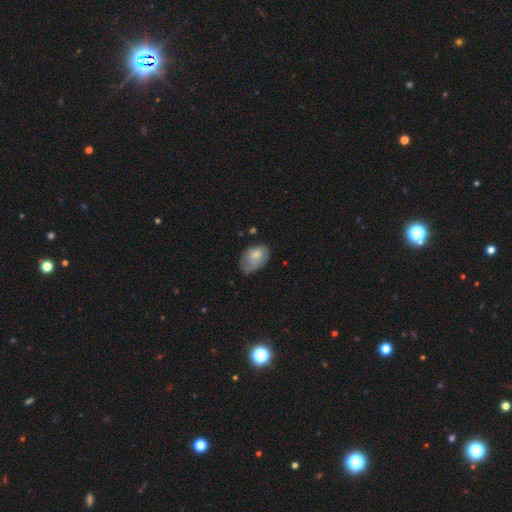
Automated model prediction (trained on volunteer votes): smooth 73%, featured or disk 20%, star or artifact 7%. Down the decision tree: how rounded — in between (86%); merging — none (44%).